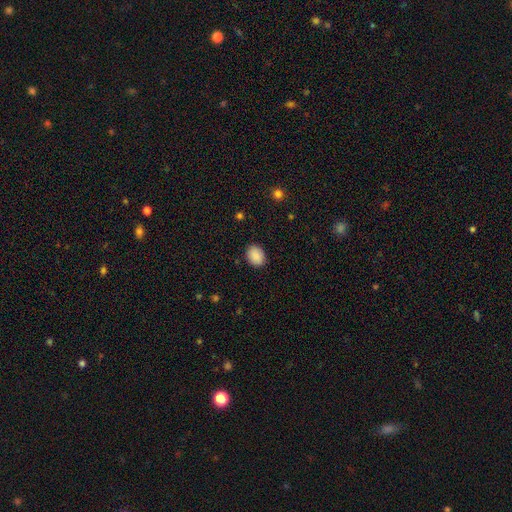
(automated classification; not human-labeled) Smooth or featured: smooth — 89% (star or artifact — 8%)
How rounded: in between — 58% (round — 41%)
Merging: none — 87% (minor disturbance — 9%)